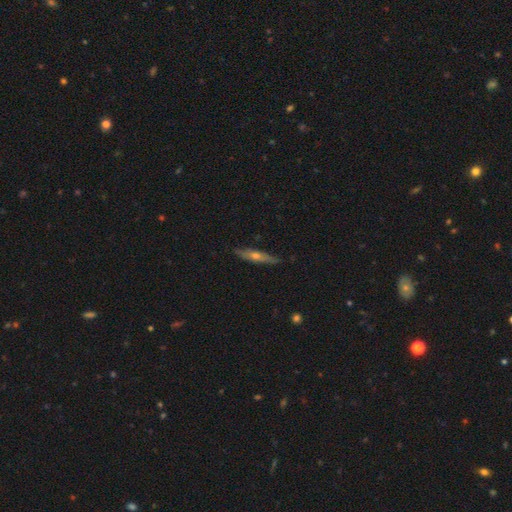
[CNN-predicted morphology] Overall: featured or disk (61%; smooth 33%). Edge-on disk: yes (91%). Edge-on bulge: rounded (84%). Merging: none (86%).